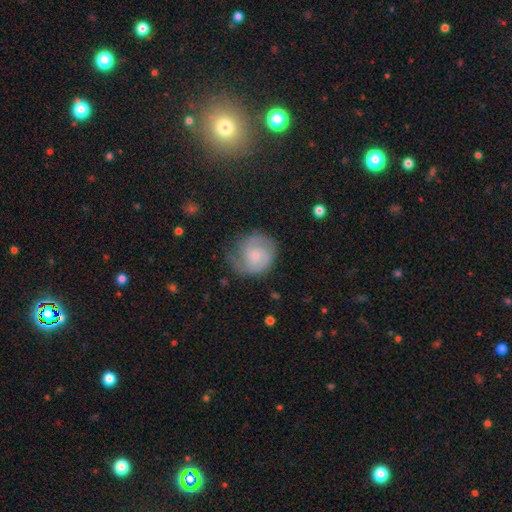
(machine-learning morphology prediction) Smooth or featured? Predicted: featured or disk (p=0.67). Edge-on disk? Predicted: no (p=0.98). Bar? Predicted: no (p=0.70). Spiral arms? Predicted: yes (p=0.93). Spiral winding? Predicted: tight (p=0.51). Spiral arm count? Predicted: 2 (p=0.56). Bulge size? Predicted: small (p=0.64). Merging? Predicted: none (p=0.67).